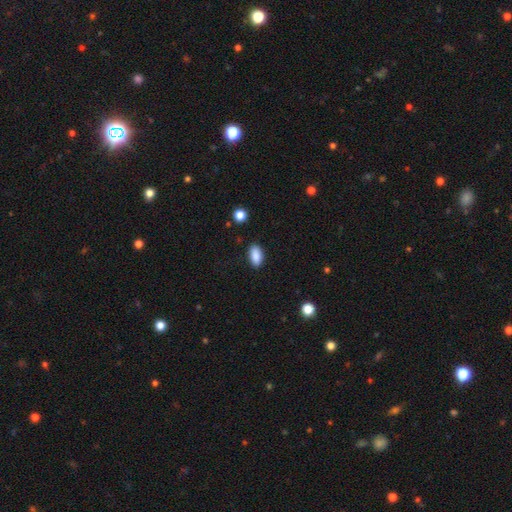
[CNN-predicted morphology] smooth-or-featured: smooth: 88% | star or artifact: 7% | featured or disk: 4%
  how-rounded: in between: 92% | cigar-shaped: 5% | round: 3%
  merging: none: 87% | minor disturbance: 9% | major disturbance: 2% | merger: 1%